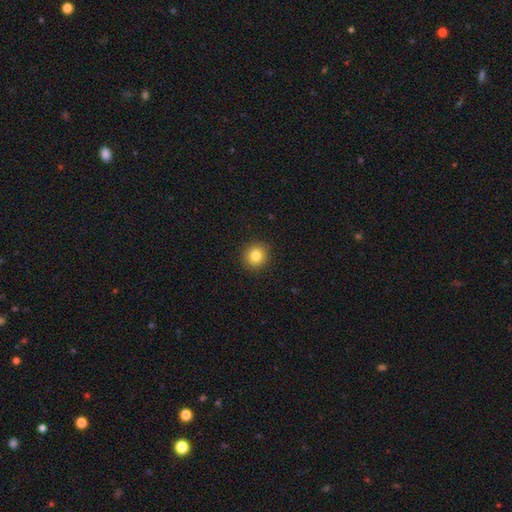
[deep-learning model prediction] A smooth galaxy with no disk features (83%) that is round (92%). Merging: none (92%).